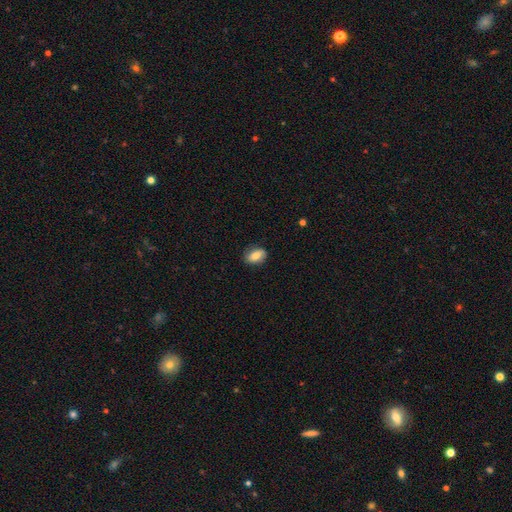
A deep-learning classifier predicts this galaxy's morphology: A smooth galaxy with no disk features (74%) that is in between round and cigar-shaped (85%).

Vote fractions:
- Smooth or featured? smooth: 74% / featured or disk: 19% / star or artifact: 8%
- How rounded? in between: 85% / round: 12% / cigar-shaped: 3%
- Merging? none: 80% / minor disturbance: 16% / major disturbance: 3% / merger: 1%